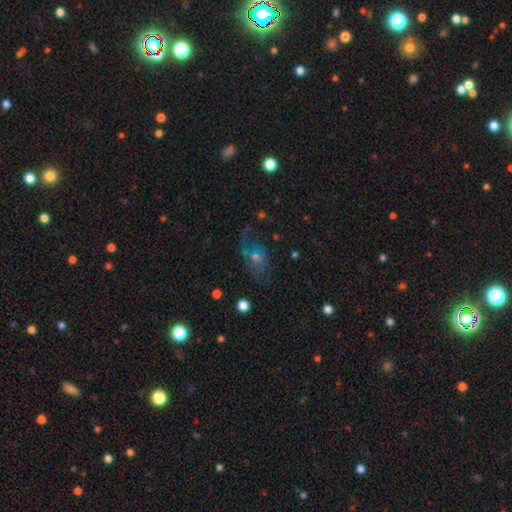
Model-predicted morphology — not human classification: Smooth or featured?
  - featured or disk: 48% *
  - smooth: 32%
  - star or artifact: 19%
Merging?
  - none: 57% *
  - minor disturbance: 22%
  - major disturbance: 19%
  - merger: 3%